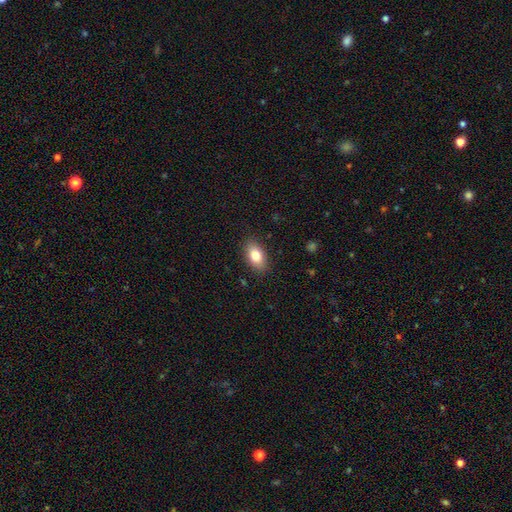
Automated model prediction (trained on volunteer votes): smooth_or_featured: smooth (p=0.82) [alt: featured or disk p=0.11]
how_rounded: in between (p=0.90) [alt: round p=0.08]
merging: none (p=0.87) [alt: minor disturbance p=0.10]